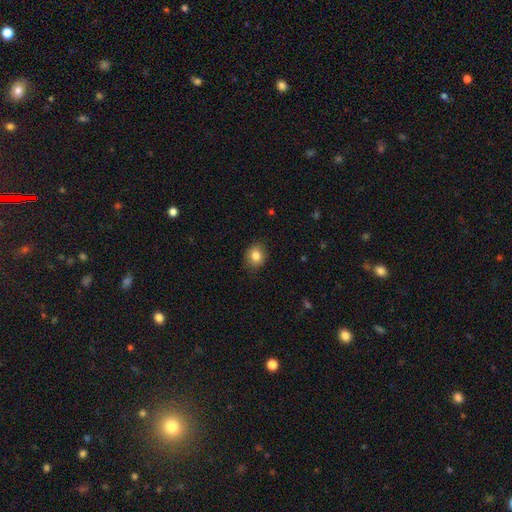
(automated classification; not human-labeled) Morphology: type=smooth (83%); roundness=round (64%); merging=none (85%).